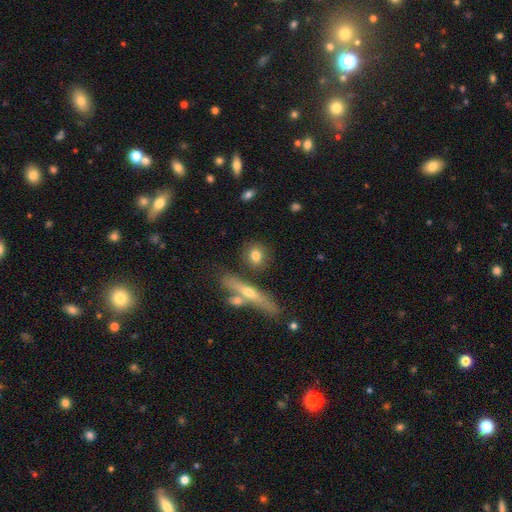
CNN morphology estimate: Overall: smooth (73%). How rounded: round (58%; in between 29%). Merging: none (76%).